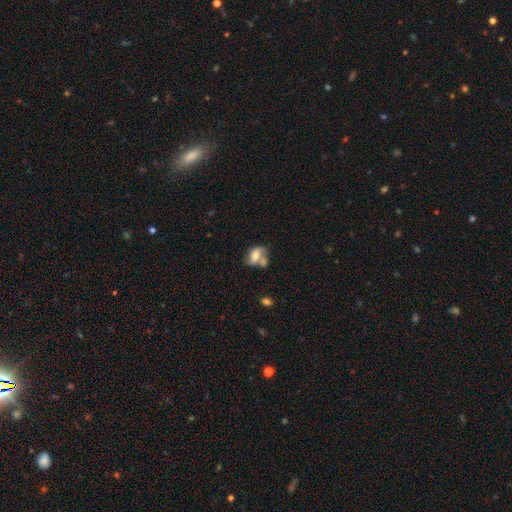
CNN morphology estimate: The model was most divided on "merging": merger: 38%, none: 32%, minor disturbance: 19%, major disturbance: 12%. More confident: how rounded — in between (74%); smooth or featured — smooth (51%).